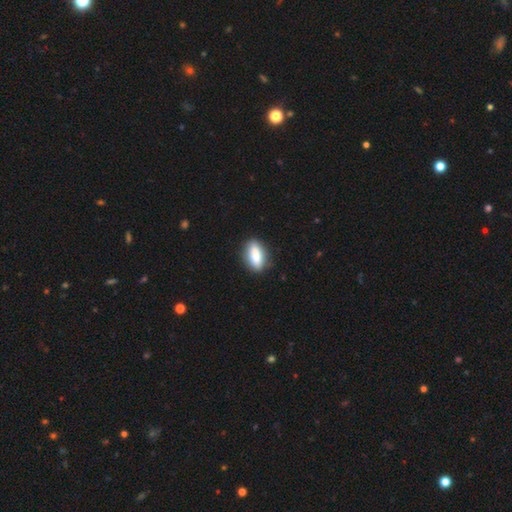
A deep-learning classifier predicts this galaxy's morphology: Smooth or featured? smooth (79%)
How rounded? in between (78%)
Merging? none (85%)